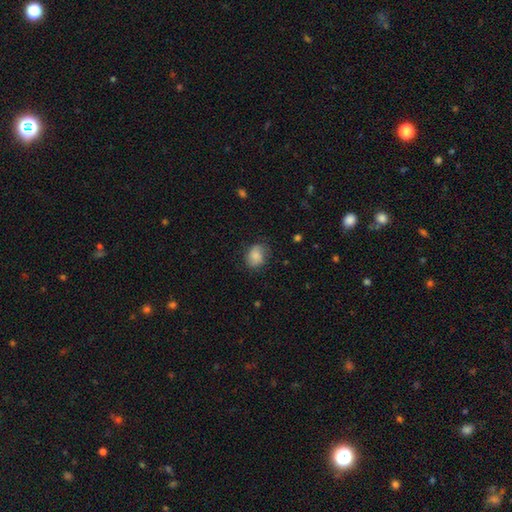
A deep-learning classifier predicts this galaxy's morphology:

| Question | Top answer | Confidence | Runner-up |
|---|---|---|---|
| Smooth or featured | smooth | 78% | featured or disk (14%) |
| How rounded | in between | 52% | round (47%) |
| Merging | none | 66% | minor disturbance (25%) |